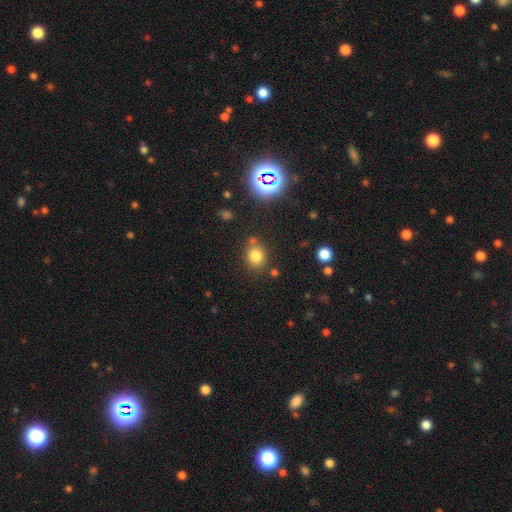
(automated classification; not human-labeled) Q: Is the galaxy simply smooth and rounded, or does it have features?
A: smooth — 77%.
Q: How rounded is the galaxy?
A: round — 78%.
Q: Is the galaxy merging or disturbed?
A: none — 74%.